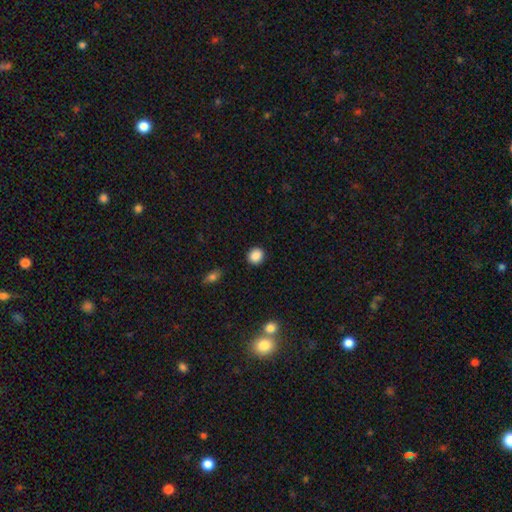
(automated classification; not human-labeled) A smooth galaxy with no disk features (88%) that is round (84%).

Vote fractions:
- Smooth or featured? smooth: 88% / star or artifact: 9% / featured or disk: 3%
- How rounded? round: 84% / in between: 14% / cigar-shaped: 1%
- Merging? none: 90% / minor disturbance: 6% / major disturbance: 2% / merger: 1%